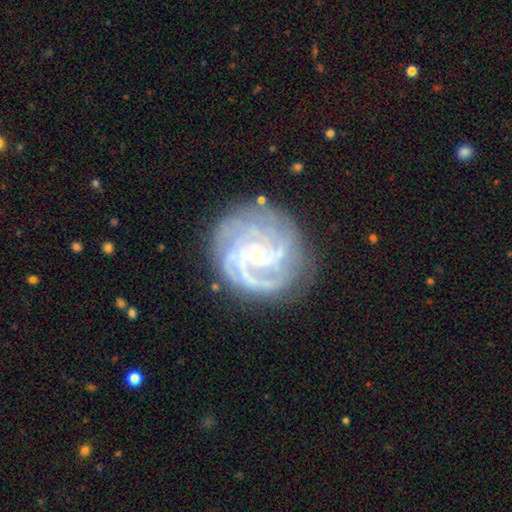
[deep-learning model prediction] A featured or disk galaxy (88%) with no bar (68%), 3 (28%) tight (65%) spiral arms (98%) and a small central bulge (84%).

Vote fractions:
- Smooth or featured? featured or disk: 88% / star or artifact: 6% / smooth: 5%
- Edge-on disk? no: 98% / yes: 2%
- Bar? no: 68% / weak: 25% / strong: 7%
- Spiral arms? yes: 98% / no: 2%
- Spiral winding? tight: 65% / medium: 29% / loose: 5%
- Spiral arm count? 3: 28% / 4: 25% / can't tell: 17% / 2: 12% / more than 4: 10% / 1: 7%
- Bulge size? small: 84% / moderate: 11% / none: 3% / large: 1% / dominant: 1%
- Merging? none: 77% / minor disturbance: 15% / major disturbance: 6% / merger: 2%